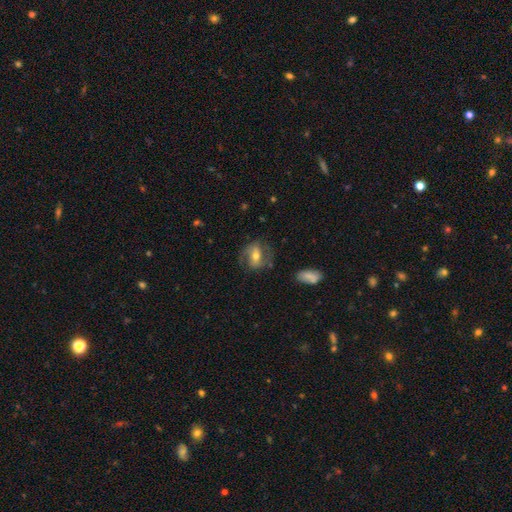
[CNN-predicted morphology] Smooth or featured? featured or disk (63%)
Edge-on disk? no (94%)
Bar? strong (39%)
Spiral arms? yes (81%)
Bulge size? moderate (63%)
Merging? none (68%)